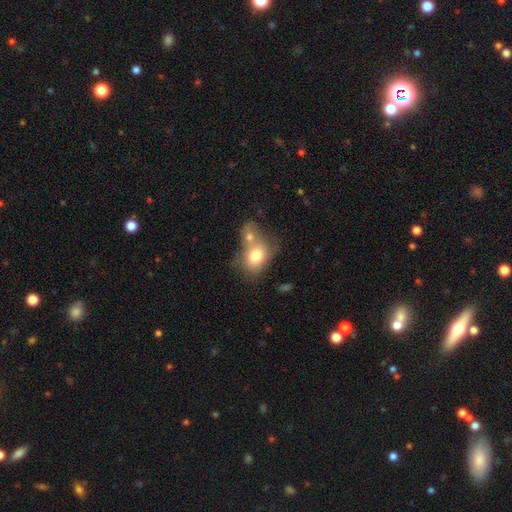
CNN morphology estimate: The model was most divided on "how rounded": in between: 58%, round: 41%, cigar-shaped: 1%. More confident: smooth or featured — smooth (74%); merging — merger (56%).